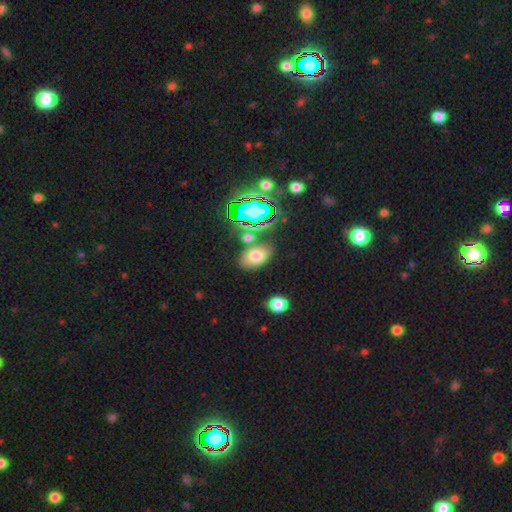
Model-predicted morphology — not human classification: A smooth galaxy with no disk features (68%) that is in between round and cigar-shaped (86%). Merging: none (75%).